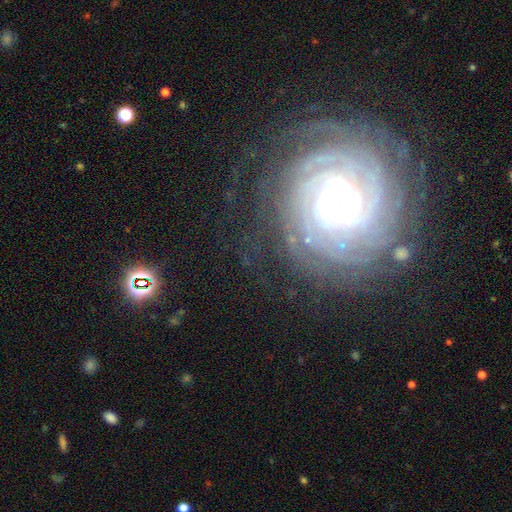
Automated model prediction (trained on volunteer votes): Smooth or featured? Predicted: featured or disk (p=0.84). Edge-on disk? Predicted: no (p=0.97). Bar? Predicted: no (p=0.49). Spiral arms? Predicted: yes (p=0.97). Spiral winding? Predicted: tight (p=0.85). Spiral arm count? Predicted: can't tell (p=0.26). Bulge size? Predicted: moderate (p=0.56). Merging? Predicted: none (p=0.80).